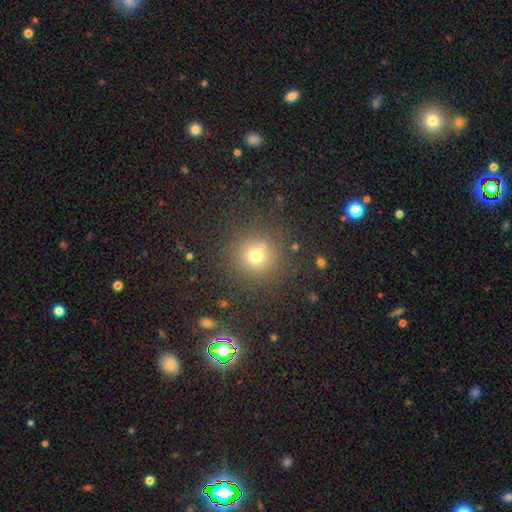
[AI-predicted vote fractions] Smooth or featured: smooth — 71% (star or artifact — 20%)
How rounded: round — 93% (in between — 6%)
Merging: none — 80% (minor disturbance — 8%)